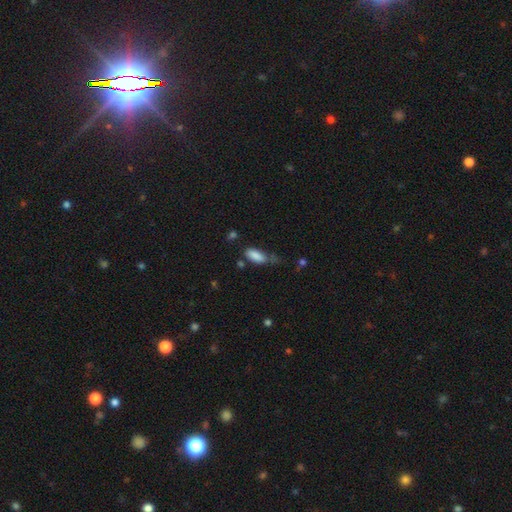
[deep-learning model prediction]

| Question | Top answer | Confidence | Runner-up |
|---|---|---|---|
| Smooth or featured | smooth | 85% | star or artifact (8%) |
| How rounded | in between | 83% | cigar-shaped (14%) |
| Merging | none | 47% | minor disturbance (32%) |